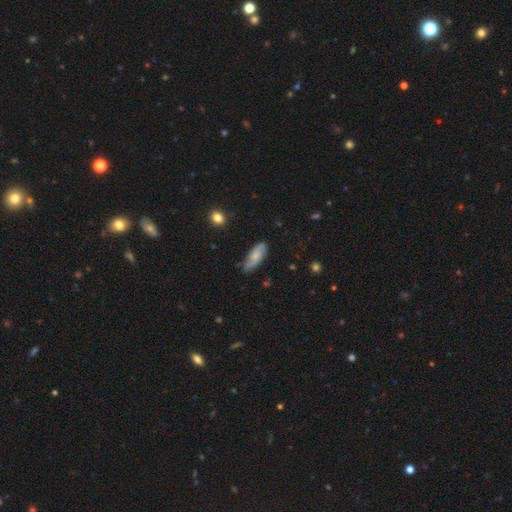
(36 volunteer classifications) featured or disk 47%, smooth 44%, star or artifact 8%. Down the decision tree: edge-on disk — no (94%); bar — no (69%); spiral arms — yes (94%); spiral arm count — 2 (87%); spiral winding — tight (53%); bulge size — moderate (31%, tied with small and none); merging — none (82%).